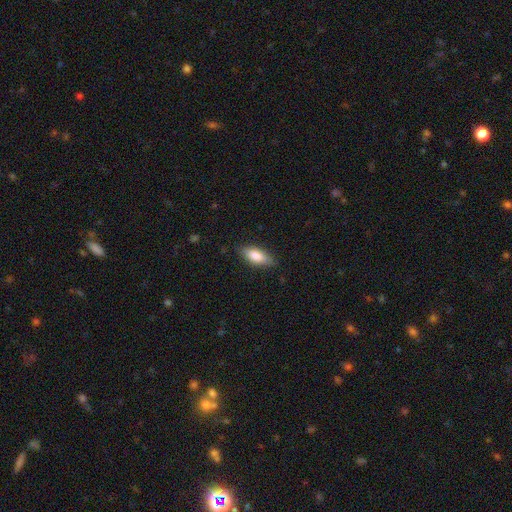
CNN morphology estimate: A smooth galaxy with no disk features (81%) that is in between round and cigar-shaped (76%).

Vote fractions:
- Smooth or featured? smooth: 81% / featured or disk: 13% / star or artifact: 6%
- How rounded? in between: 76% / cigar-shaped: 22% / round: 2%
- Merging? none: 82% / minor disturbance: 15% / major disturbance: 3% / merger: 1%